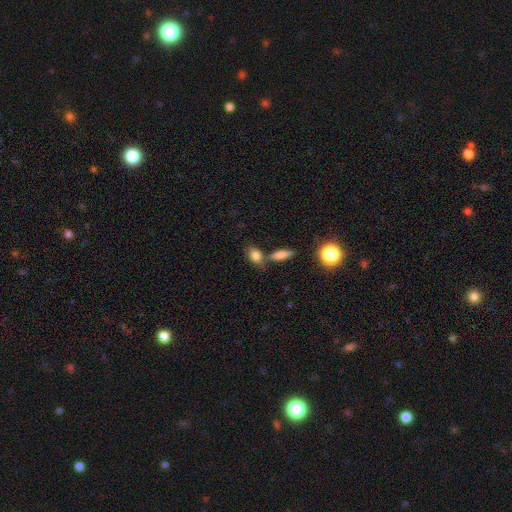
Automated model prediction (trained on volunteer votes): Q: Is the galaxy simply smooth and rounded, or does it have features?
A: smooth — 81%.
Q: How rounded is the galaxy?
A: in between — 73%.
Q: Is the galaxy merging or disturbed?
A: none — 56%.